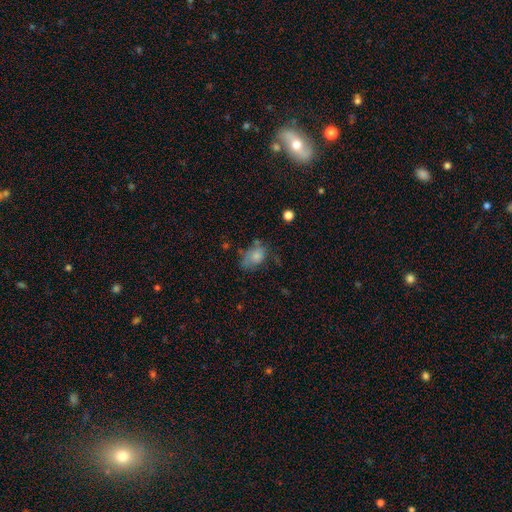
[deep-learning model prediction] Smooth or featured?
  - smooth: 74% *
  - featured or disk: 16%
  - star or artifact: 10%
How rounded?
  - in between: 79% *
  - round: 20%
  - cigar-shaped: 2%
Merging?
  - none: 44% *
  - minor disturbance: 31%
  - major disturbance: 18%
  - merger: 8%